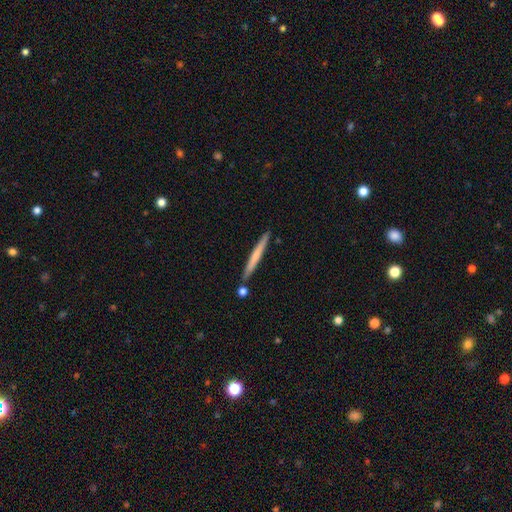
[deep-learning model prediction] Morphology: type=smooth (56%); roundness=cigar-shaped (97%); merging=none (85%).